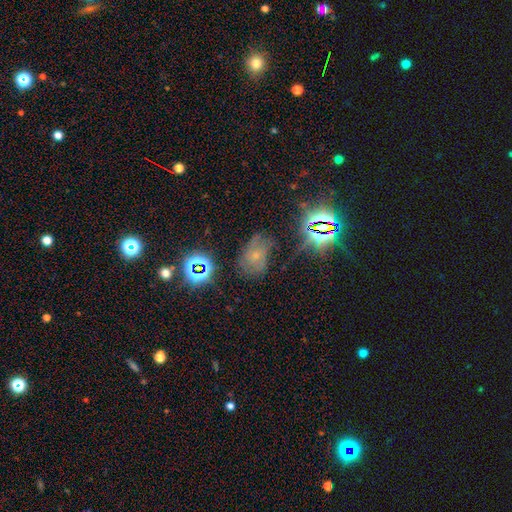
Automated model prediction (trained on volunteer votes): Smooth or featured?
  - star or artifact: 41% *
  - featured or disk: 34%
  - smooth: 26%